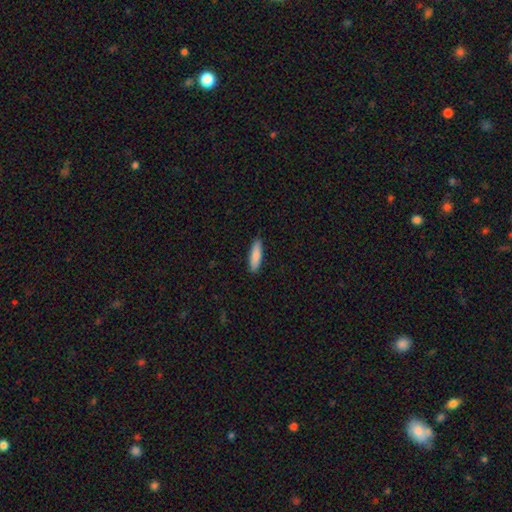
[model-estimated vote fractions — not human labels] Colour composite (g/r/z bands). It shows a smooth galaxy with no disk features (85%) that is cigar-shaped (67%). Merging: none (90%).